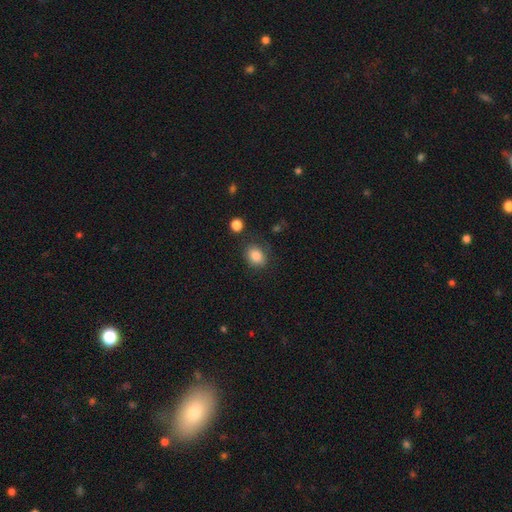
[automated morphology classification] Smooth or featured: smooth — 85% (star or artifact — 9%)
How rounded: in between — 53% (round — 46%)
Merging: none — 77% (minor disturbance — 15%)